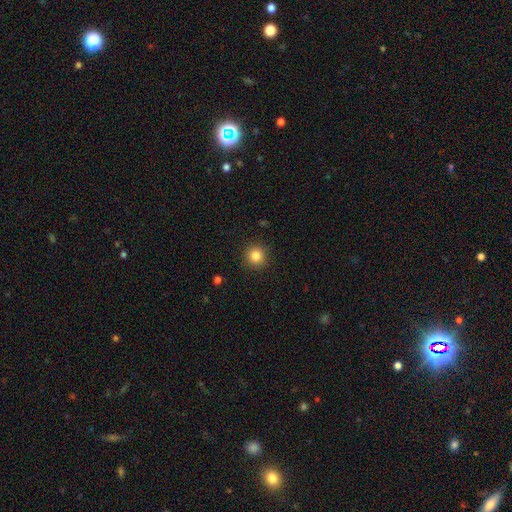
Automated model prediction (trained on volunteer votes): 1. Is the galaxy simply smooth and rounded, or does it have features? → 85% smooth, 11% star or artifact, 5% featured or disk.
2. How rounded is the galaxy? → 94% round, 5% in between, 1% cigar-shaped.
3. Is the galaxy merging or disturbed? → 91% none, 5% minor disturbance, 2% major disturbance, 1% merger.